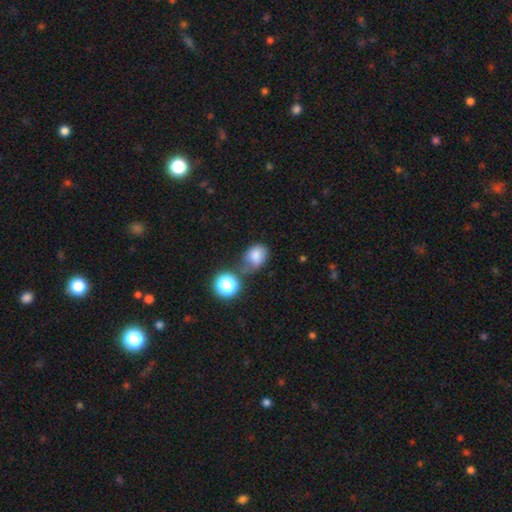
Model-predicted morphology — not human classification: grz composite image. It shows a smooth galaxy with no disk features (78%) that is in between round and cigar-shaped (58%). Merging: none (43%).